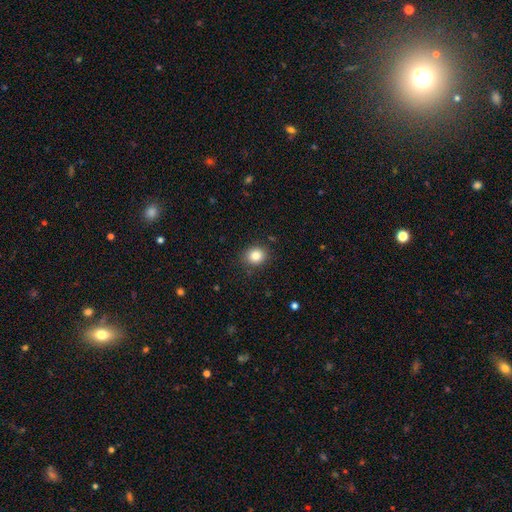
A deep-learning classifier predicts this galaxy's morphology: Overall: smooth (84%). How rounded: round (69%; in between 30%). Merging: none (88%).